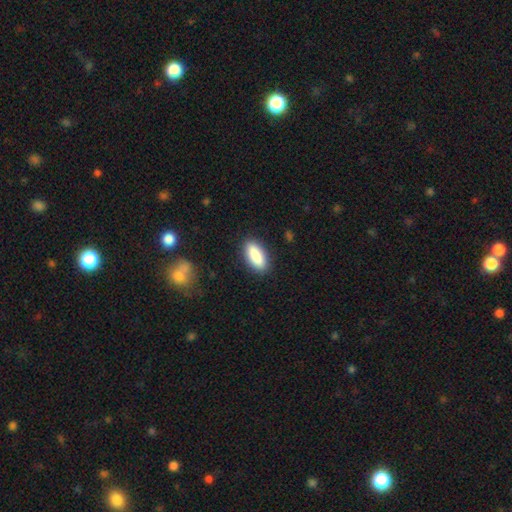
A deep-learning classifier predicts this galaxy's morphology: A smooth galaxy with no disk features (87%) that is in between round and cigar-shaped (77%). Merging: none (88%).